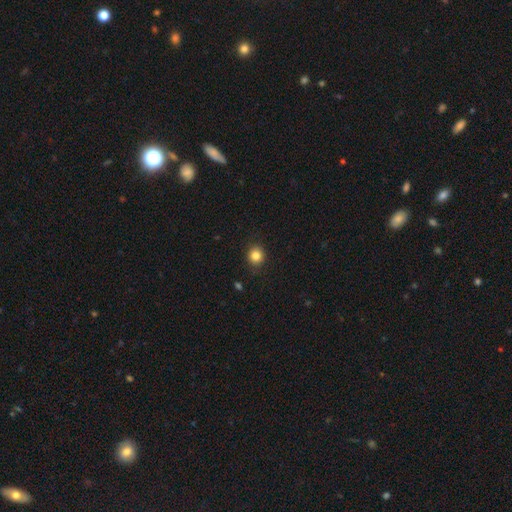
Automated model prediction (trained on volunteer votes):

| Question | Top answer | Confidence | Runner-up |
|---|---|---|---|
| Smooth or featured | smooth | 84% | star or artifact (11%) |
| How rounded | round | 85% | in between (14%) |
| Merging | none | 89% | minor disturbance (8%) |